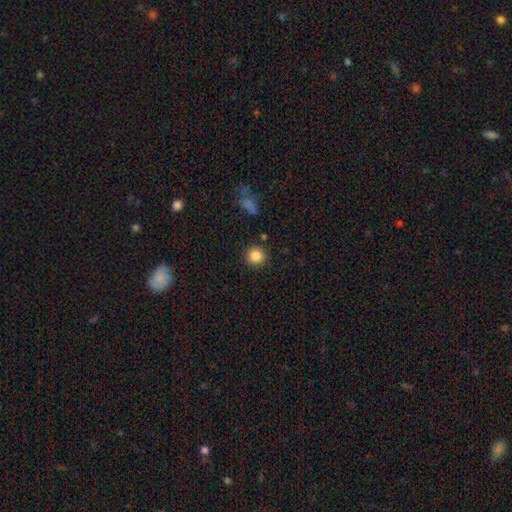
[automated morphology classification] A smooth galaxy with no disk features (85%) that is round (92%). Merging: none (89%).